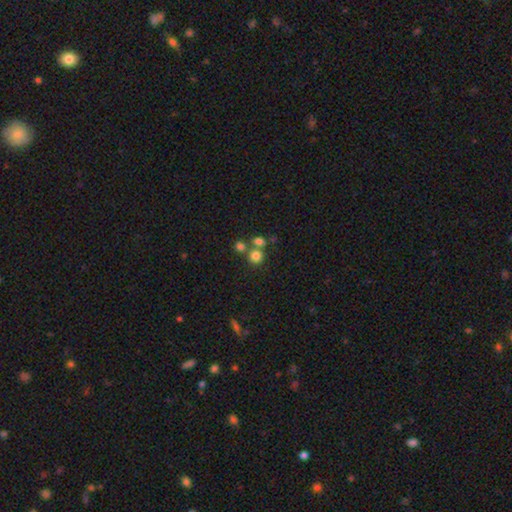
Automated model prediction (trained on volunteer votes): Smooth or featured: smooth — 76% (star or artifact — 15%)
How rounded: round — 89% (in between — 10%)
Merging: none — 59% (merger — 31%)